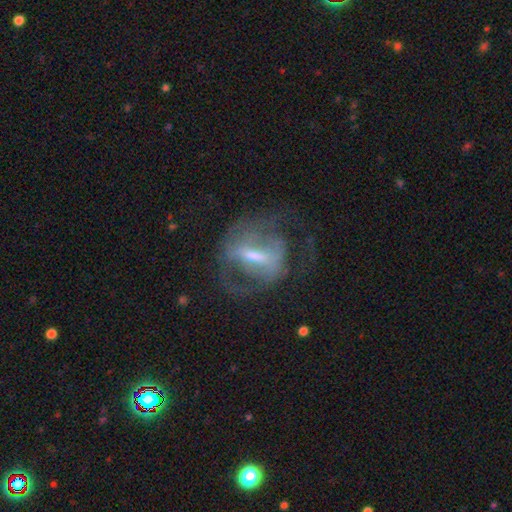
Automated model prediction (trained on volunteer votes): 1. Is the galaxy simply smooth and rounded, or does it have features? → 74% featured or disk, 18% smooth, 8% star or artifact.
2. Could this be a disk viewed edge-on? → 92% no, 8% yes.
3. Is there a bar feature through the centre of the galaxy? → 53% strong, 35% weak, 12% no.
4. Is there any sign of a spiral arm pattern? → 67% yes, 33% no.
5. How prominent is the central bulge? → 43% moderate, 39% small, 9% none, 8% large, 2% dominant.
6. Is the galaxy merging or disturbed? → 47% none, 33% major disturbance, 18% minor disturbance, 2% merger.